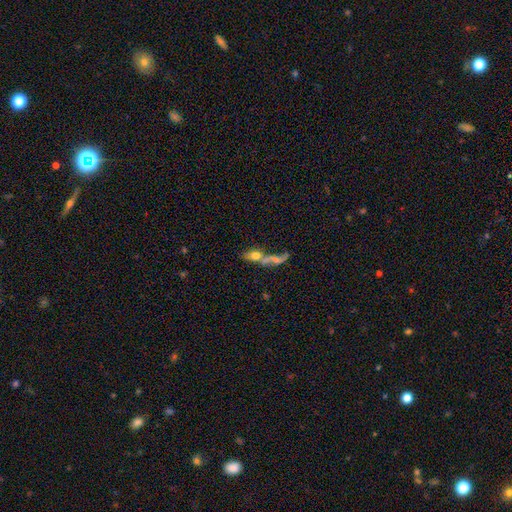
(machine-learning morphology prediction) The model was most divided on "smooth or featured": smooth: 59%, featured or disk: 30%, star or artifact: 11%. More confident: how rounded — in between (60%); merging — merger (59%).